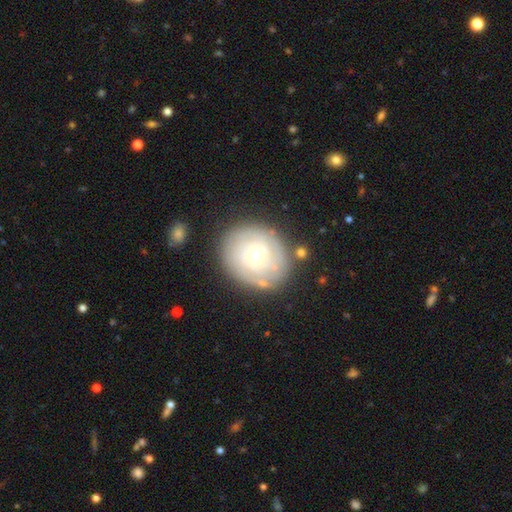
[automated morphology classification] Smooth or featured?
  - featured or disk: 58% *
  - smooth: 35%
  - star or artifact: 7%
Edge-on disk?
  - no: 97% *
  - yes: 3%
Bar?
  - no: 53% *
  - weak: 40%
  - strong: 7%
Spiral arms?
  - yes: 71% *
  - no: 29%
Bulge size?
  - moderate: 56% *
  - small: 36%
  - large: 5%
  - none: 1%
  - dominant: 1%
Merging?
  - none: 77% *
  - minor disturbance: 14%
  - major disturbance: 5%
  - merger: 4%